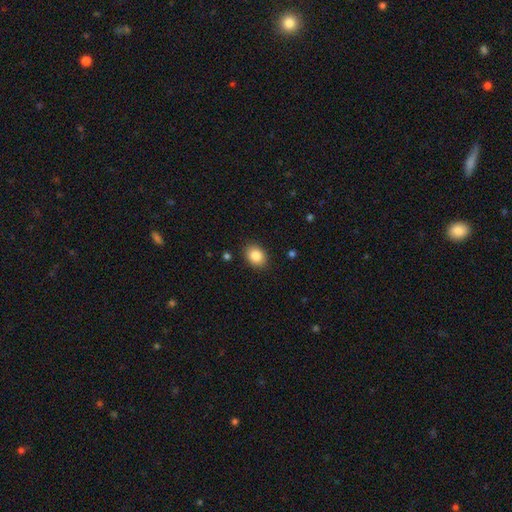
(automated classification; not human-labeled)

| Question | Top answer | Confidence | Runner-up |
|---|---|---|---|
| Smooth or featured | smooth | 86% | star or artifact (8%) |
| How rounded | in between | 65% | round (34%) |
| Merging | none | 88% | minor disturbance (8%) |